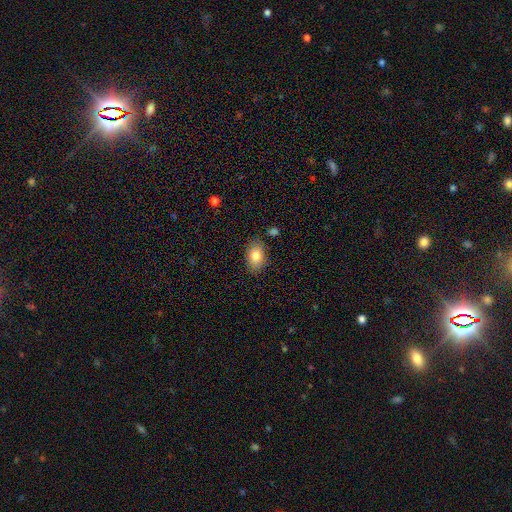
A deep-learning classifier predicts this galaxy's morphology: Overall: smooth (83%). How rounded: in between (86%). Merging: none (81%).